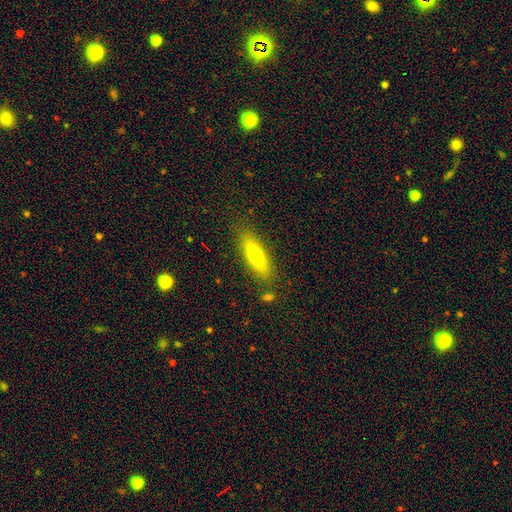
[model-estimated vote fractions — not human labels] smooth-or-featured: smooth: 65% | featured or disk: 28% | star or artifact: 7%
  how-rounded: cigar-shaped: 62% | in between: 36% | round: 2%
  merging: none: 85% | minor disturbance: 10% | major disturbance: 3% | merger: 2%